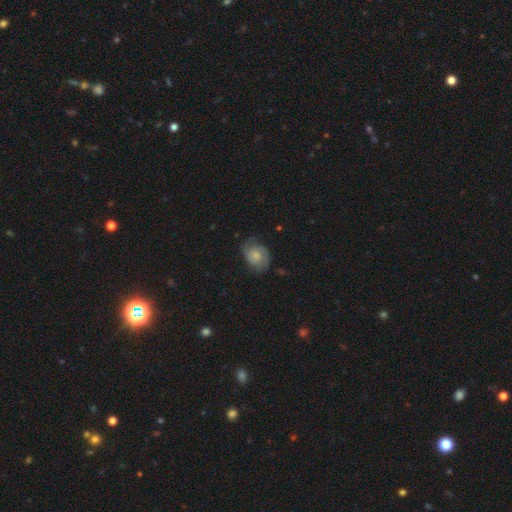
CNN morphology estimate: Smooth or featured?
  - featured or disk: 49% *
  - smooth: 43%
  - star or artifact: 8%
Merging?
  - none: 58% *
  - minor disturbance: 28%
  - major disturbance: 13%
  - merger: 1%